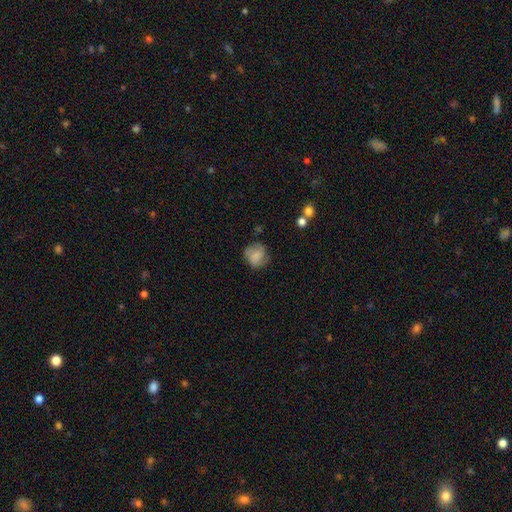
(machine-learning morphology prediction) Smooth or featured? smooth (54%)
How rounded? round (79%)
Merging? none (67%)